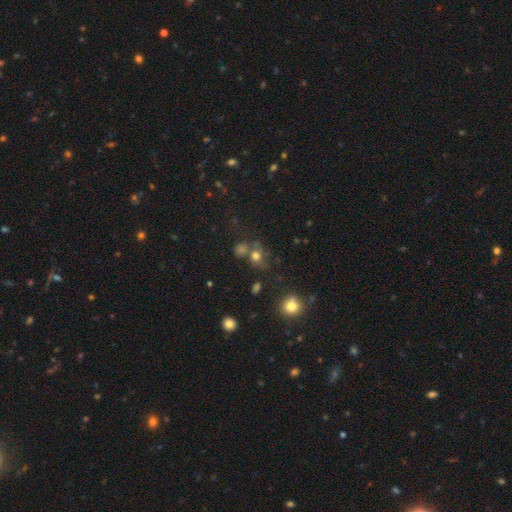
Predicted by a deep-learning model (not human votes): The model was most divided on "merging": none: 52%, merger: 24%, minor disturbance: 15%, major disturbance: 9%. More confident: how rounded — round (69%); smooth or featured — smooth (67%).